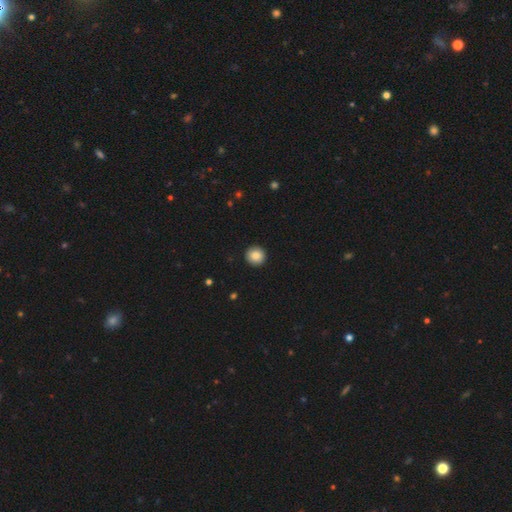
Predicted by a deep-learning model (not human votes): Smooth or featured? smooth (88%)
How rounded? round (95%)
Merging? none (93%)